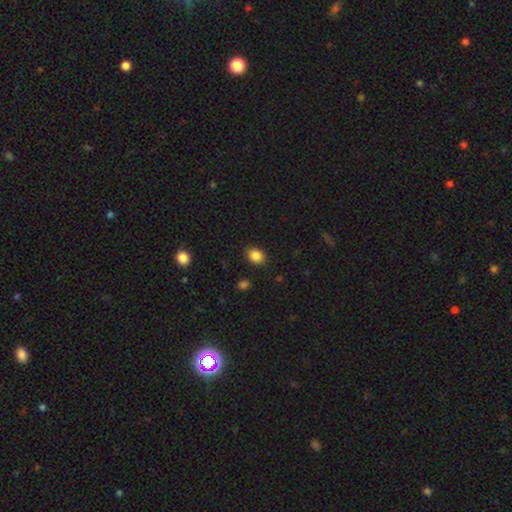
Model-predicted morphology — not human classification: smooth_or_featured: smooth (p=0.87) [alt: star or artifact p=0.10]
how_rounded: in between (p=0.51) [alt: round p=0.48]
merging: none (p=0.88) [alt: minor disturbance p=0.08]